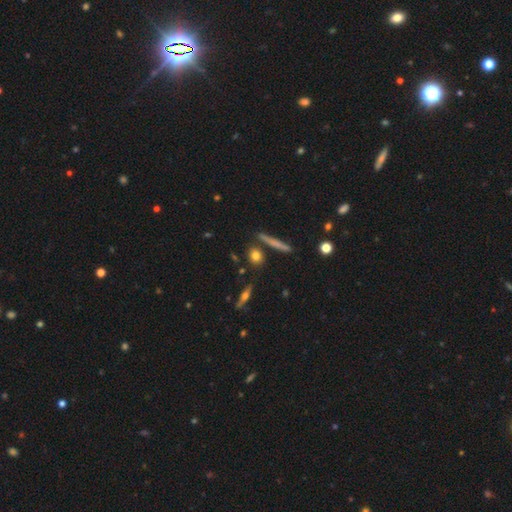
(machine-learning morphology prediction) This appears to be a smooth galaxy with no disk features (74%) that is round (45%). Merging: none (82%).